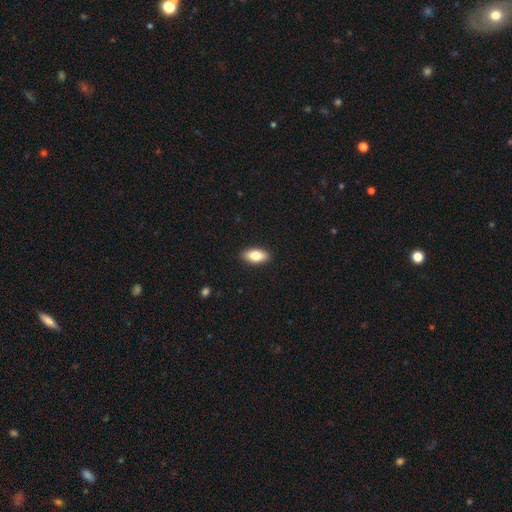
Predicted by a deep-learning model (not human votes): Smooth or featured: smooth — 79% (featured or disk — 14%)
How rounded: in between — 89% (cigar-shaped — 8%)
Merging: none — 90% (minor disturbance — 7%)